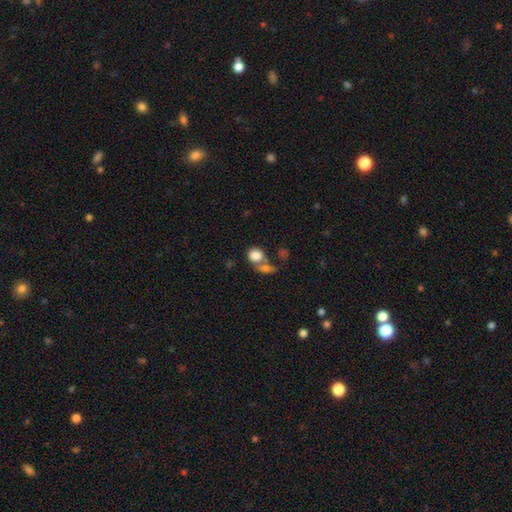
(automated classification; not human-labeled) Morphology: type=smooth (82%); roundness=round (66%); merging=merger (45%).